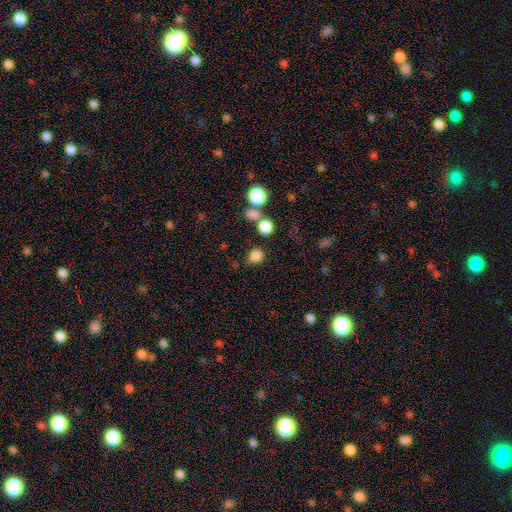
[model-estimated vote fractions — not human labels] smooth_or_featured: smooth (p=0.82) [alt: star or artifact p=0.14]
how_rounded: round (p=0.84) [alt: in between p=0.15]
merging: none (p=0.76) [alt: minor disturbance p=0.10]